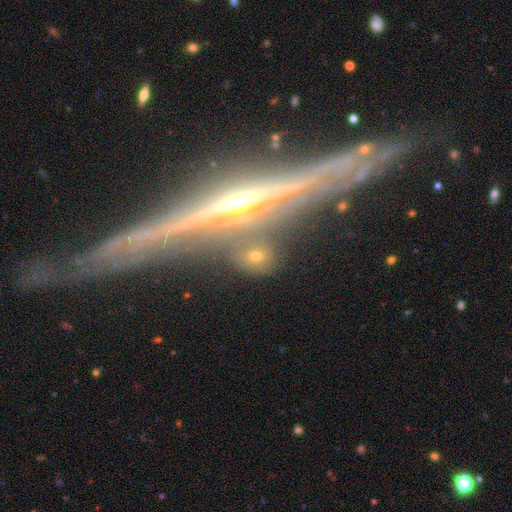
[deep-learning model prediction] smooth-or-featured: featured or disk: 71% | star or artifact: 15% | smooth: 14%
  disk-edge-on: yes: 91% | no: 9%
    edge-on-bulge: rounded: 78% | none: 14% | boxy: 8%
  merging: none: 75% | minor disturbance: 13% | major disturbance: 6% | merger: 6%